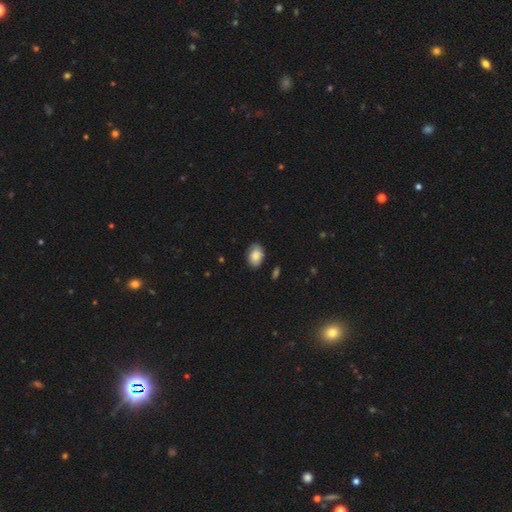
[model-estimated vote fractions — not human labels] Smooth or featured?
  - smooth: 83% *
  - featured or disk: 10%
  - star or artifact: 7%
How rounded?
  - in between: 83% *
  - round: 16%
  - cigar-shaped: 1%
Merging?
  - none: 83% *
  - minor disturbance: 13%
  - major disturbance: 2%
  - merger: 2%